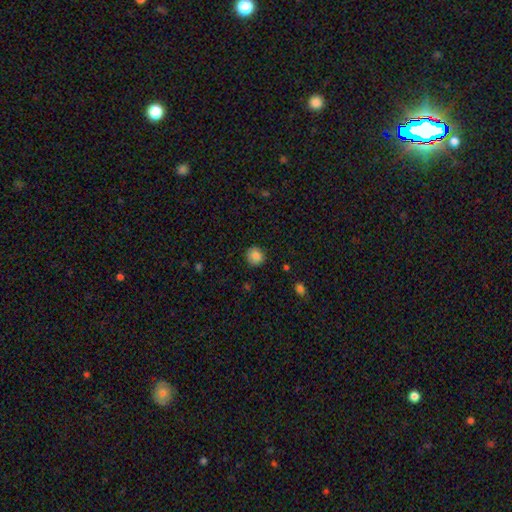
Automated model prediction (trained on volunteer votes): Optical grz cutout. It shows a smooth galaxy with no disk features (84%) that is round (89%). Merging: none (87%).